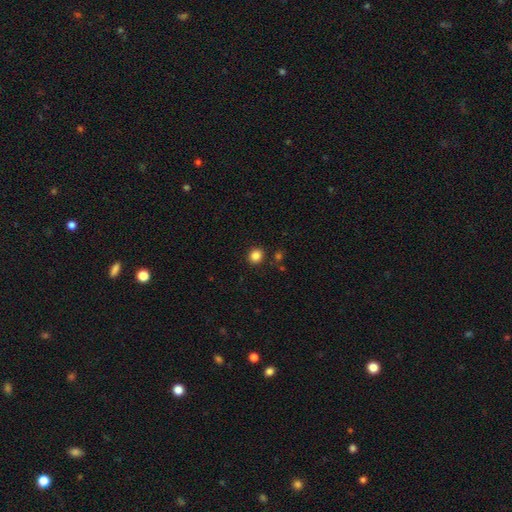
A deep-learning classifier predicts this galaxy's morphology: Q: Smooth or featured?
A: smooth (84%); runner-up: star or artifact (12%)
Q: How rounded?
A: round (87%); runner-up: in between (12%)
Q: Merging?
A: none (89%); runner-up: minor disturbance (6%)